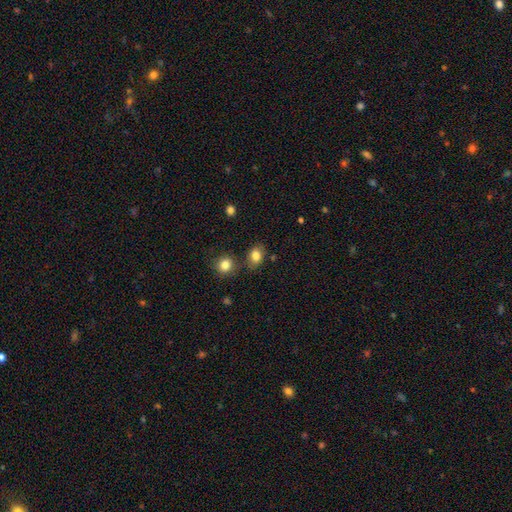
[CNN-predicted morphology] type=smooth (83%); roundness=in between (64%); merging=none (75%).